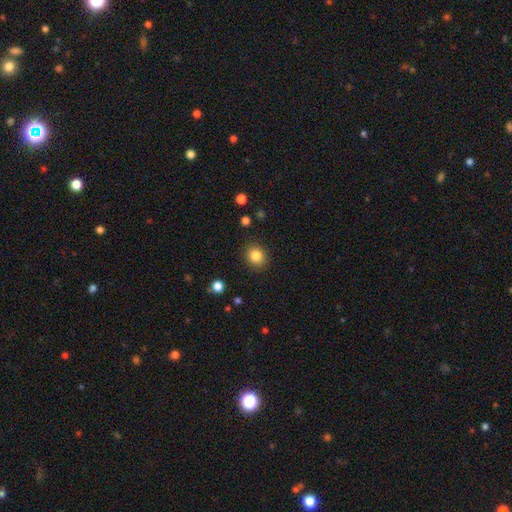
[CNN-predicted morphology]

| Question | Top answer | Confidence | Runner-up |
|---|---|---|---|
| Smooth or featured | smooth | 84% | star or artifact (10%) |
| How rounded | round | 77% | in between (22%) |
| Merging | none | 89% | minor disturbance (7%) |